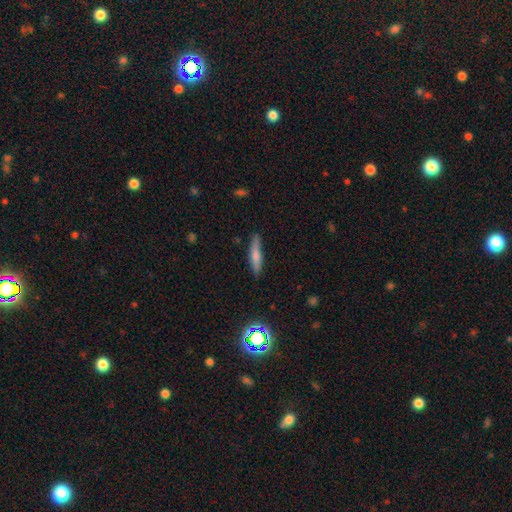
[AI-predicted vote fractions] smooth 67%, featured or disk 25%, star or artifact 8%. Down the decision tree: how rounded — cigar-shaped (84%); merging — none (85%).